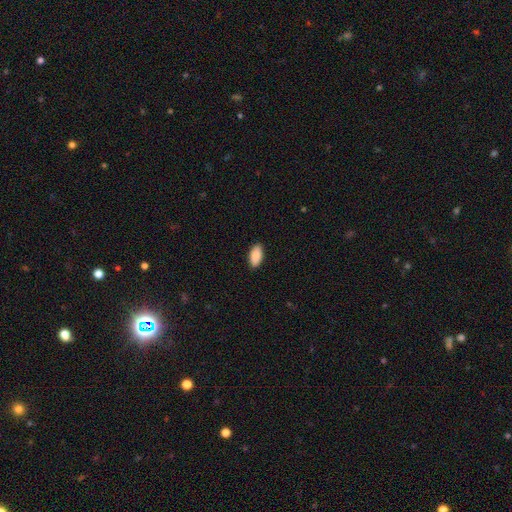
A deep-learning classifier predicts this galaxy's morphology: Smooth or featured? Predicted: smooth (p=0.90). How rounded? Predicted: in between (p=0.93). Merging? Predicted: none (p=0.89).